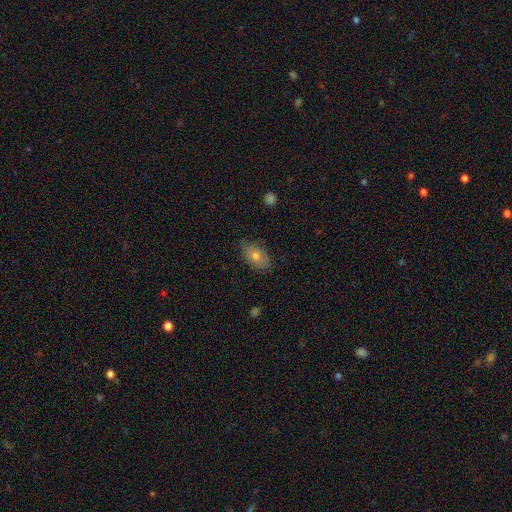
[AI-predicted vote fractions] Overall: smooth (68%). How rounded: in between (88%). Merging: none (75%).